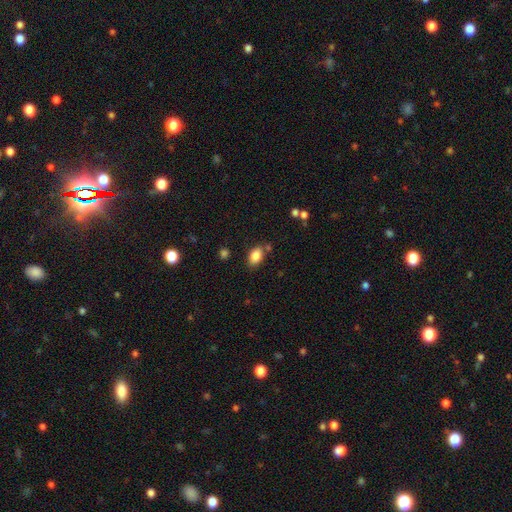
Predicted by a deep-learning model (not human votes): Smooth or featured?
  - smooth: 86% *
  - star or artifact: 8%
  - featured or disk: 6%
How rounded?
  - in between: 87% *
  - round: 11%
  - cigar-shaped: 2%
Merging?
  - none: 74% *
  - minor disturbance: 15%
  - merger: 7%
  - major disturbance: 4%